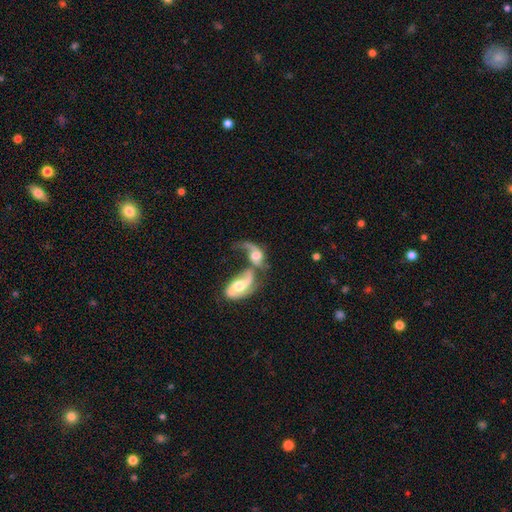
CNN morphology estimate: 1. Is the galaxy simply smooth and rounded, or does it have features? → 68% featured or disk, 25% smooth, 7% star or artifact.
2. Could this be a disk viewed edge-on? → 92% no, 8% yes.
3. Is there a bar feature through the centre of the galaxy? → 52% no, 35% weak, 12% strong.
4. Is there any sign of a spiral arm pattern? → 84% yes, 16% no.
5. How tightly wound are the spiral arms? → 66% loose, 26% medium, 8% tight.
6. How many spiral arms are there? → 68% 2, 21% 1, 8% can't tell, 1% 3, 1% 4, 1% more than 4.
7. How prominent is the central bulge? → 59% moderate, 20% large, 15% small, 4% none, 2% dominant.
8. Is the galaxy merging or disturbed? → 75% merger, 11% major disturbance, 9% none, 5% minor disturbance.